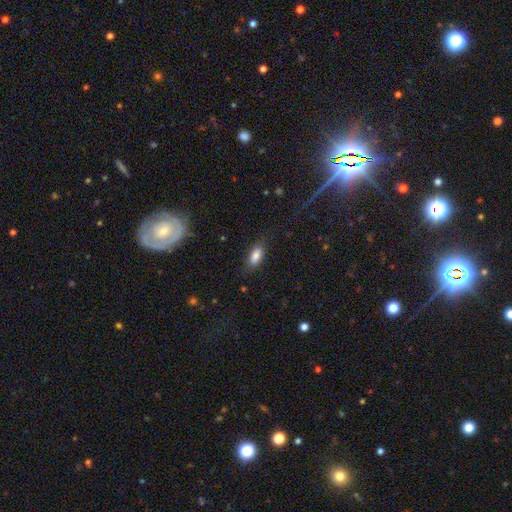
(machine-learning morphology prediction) The model was most divided on "merging": none: 81%, minor disturbance: 14%, major disturbance: 4%, merger: 1%. More confident: how rounded — in between (85%); smooth or featured — smooth (84%).